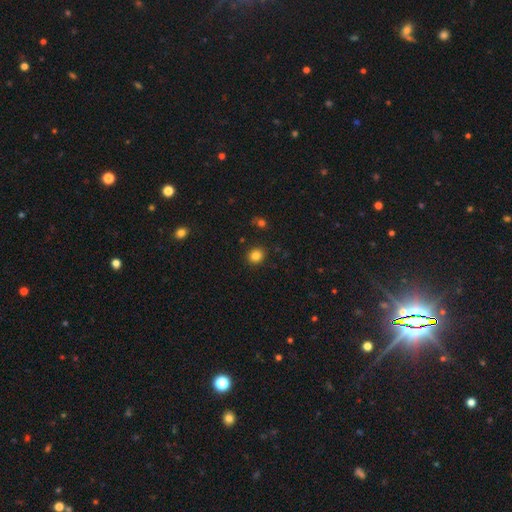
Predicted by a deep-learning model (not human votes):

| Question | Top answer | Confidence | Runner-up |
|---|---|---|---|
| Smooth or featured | smooth | 83% | star or artifact (12%) |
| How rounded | round | 78% | in between (21%) |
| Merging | none | 89% | minor disturbance (7%) |